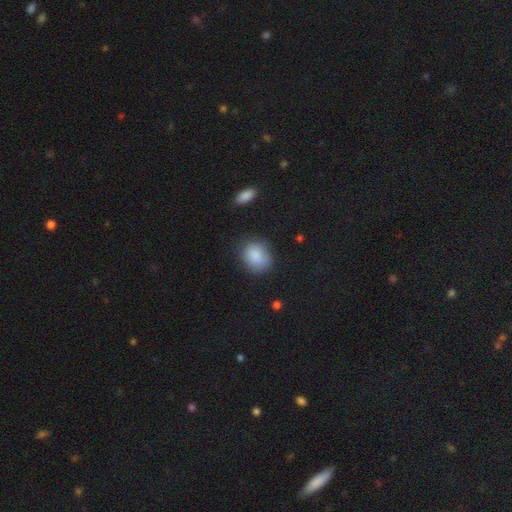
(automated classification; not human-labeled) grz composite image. It shows a smooth galaxy with no disk features (87%) that is round (51%). Merging: none (73%).